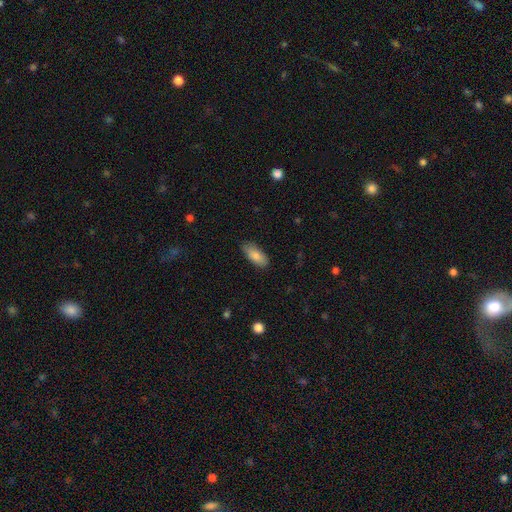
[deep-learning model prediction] The model was most divided on "merging": none: 82%, minor disturbance: 15%, major disturbance: 2%, merger: 1%. More confident: how rounded — in between (83%); smooth or featured — smooth (82%).